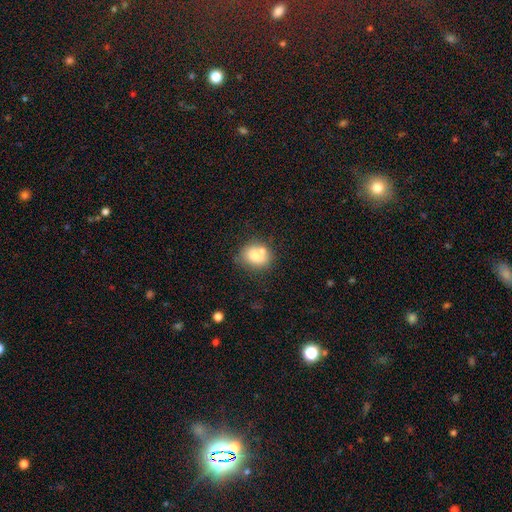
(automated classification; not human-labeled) Smooth or featured: smooth — 74% (featured or disk — 17%)
How rounded: round — 61% (in between — 38%)
Merging: none — 56% (merger — 26%)